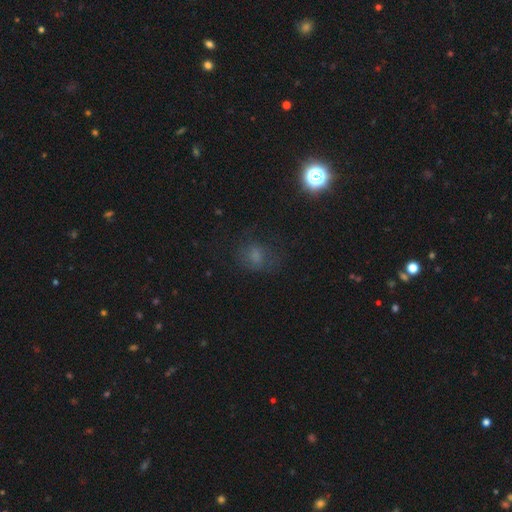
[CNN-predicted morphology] smooth_or_featured: smooth (p=0.61) [alt: star or artifact p=0.25]
how_rounded: round (p=0.62) [alt: in between p=0.36]
merging: none (p=0.64) [alt: minor disturbance p=0.20]